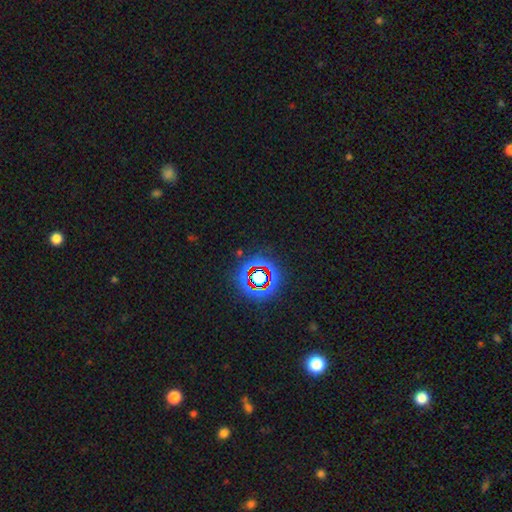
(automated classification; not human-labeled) A star or artifact, not a galaxy (52%).